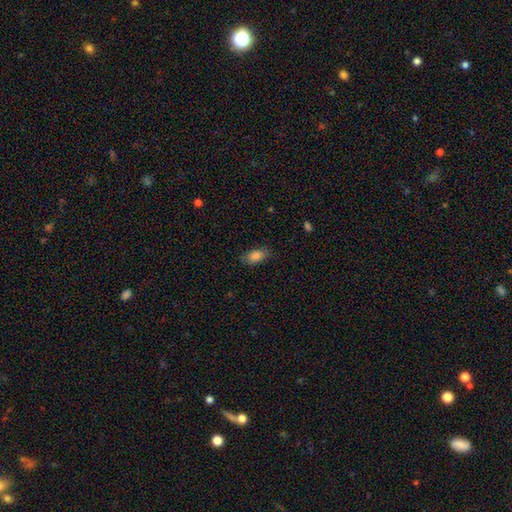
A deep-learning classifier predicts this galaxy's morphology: smooth_or_featured: smooth (p=0.85) [alt: star or artifact p=0.08]
how_rounded: in between (p=0.89) [alt: cigar-shaped p=0.07]
merging: none (p=0.81) [alt: minor disturbance p=0.14]